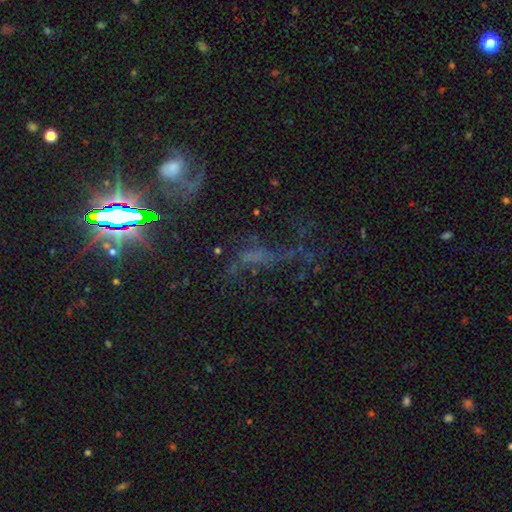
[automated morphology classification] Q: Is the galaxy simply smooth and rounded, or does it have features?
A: star or artifact — 43%.